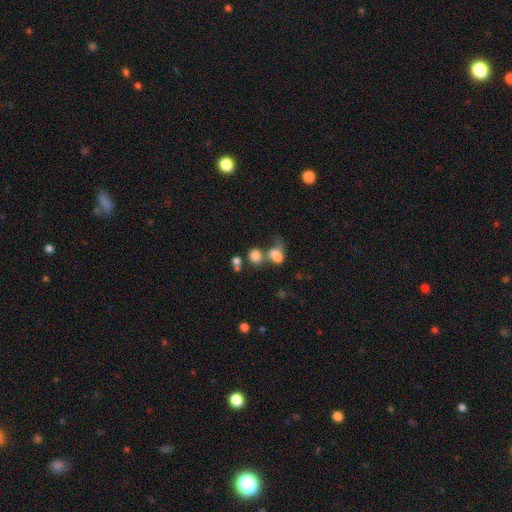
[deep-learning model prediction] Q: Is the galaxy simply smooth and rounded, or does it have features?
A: smooth — 78%.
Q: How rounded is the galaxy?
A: round — 64%.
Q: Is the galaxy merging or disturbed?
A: merger — 48%.